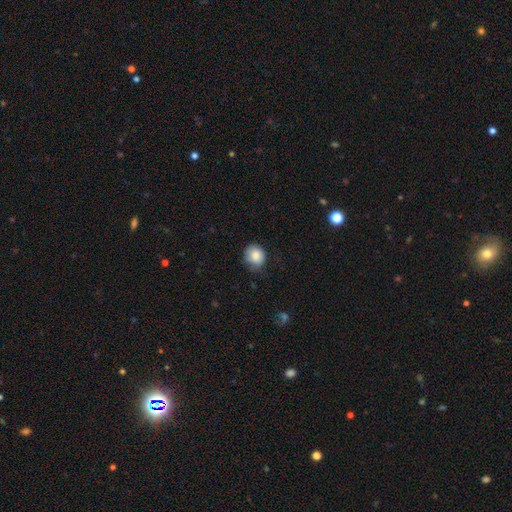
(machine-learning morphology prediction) The model was most divided on "merging": none: 62%, minor disturbance: 30%, major disturbance: 7%, merger: 1%. More confident: smooth or featured — smooth (82%); how rounded — round (71%).